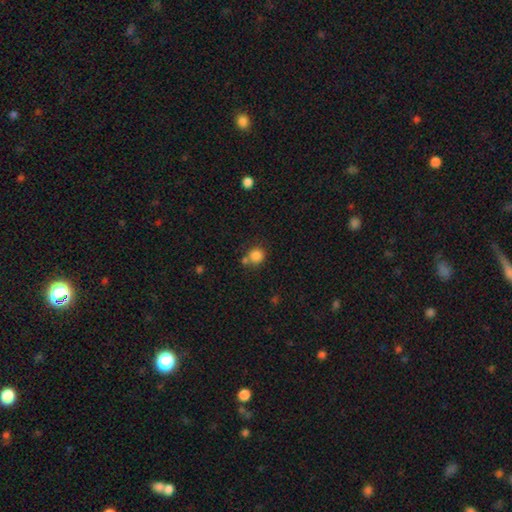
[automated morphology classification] Overall: smooth (84%). How rounded: round (84%). Merging: none (60%; merger 23%).